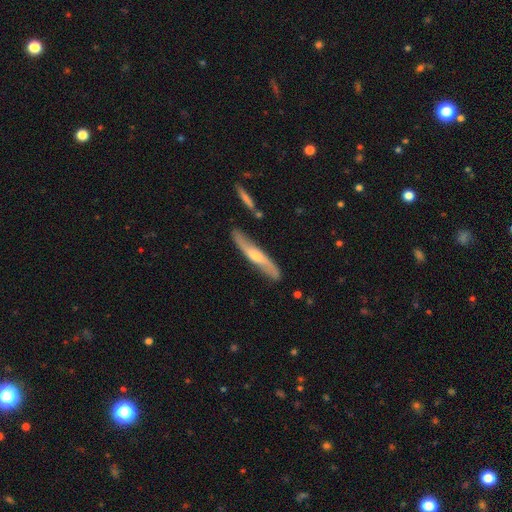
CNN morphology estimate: This is likely a featured or disk galaxy (69%). It is likely viewed edge-on (61%). Merging: clearly none (81%).